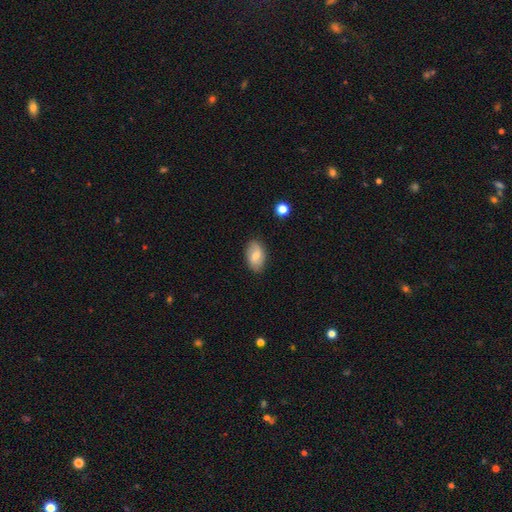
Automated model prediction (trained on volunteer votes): Smooth or featured? smooth (66%)
How rounded? in between (91%)
Merging? none (83%)